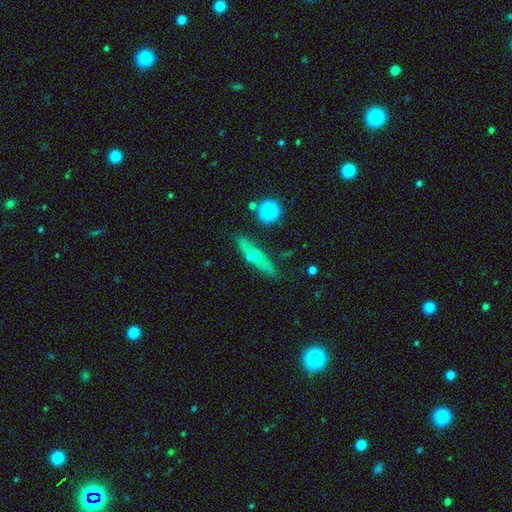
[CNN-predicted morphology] Overall: smooth (46%; featured or disk 42%). Merging: none (76%).